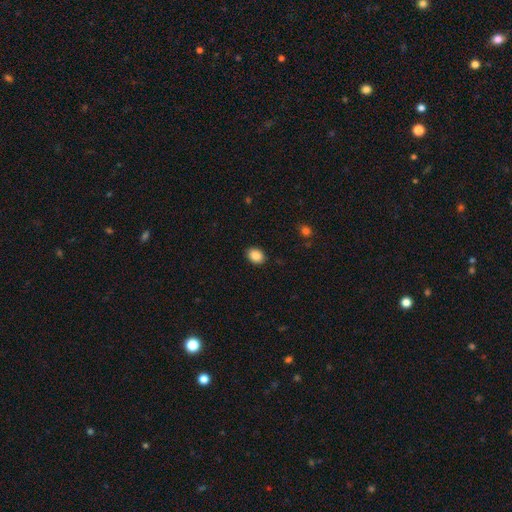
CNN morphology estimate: Overall: smooth (88%). How rounded: in between (68%; round 31%). Merging: none (89%).